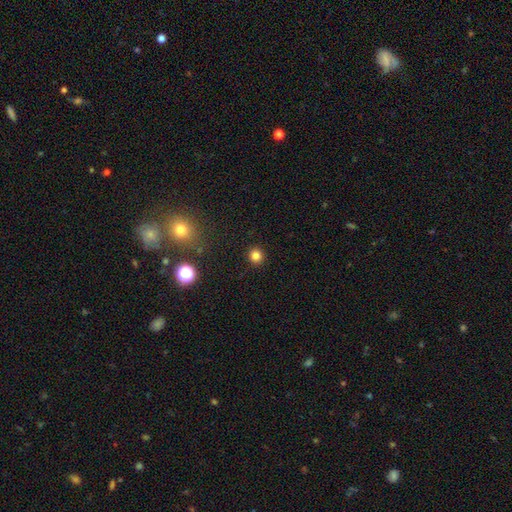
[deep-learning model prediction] Overall: smooth (81%). How rounded: round (93%). Merging: none (92%).